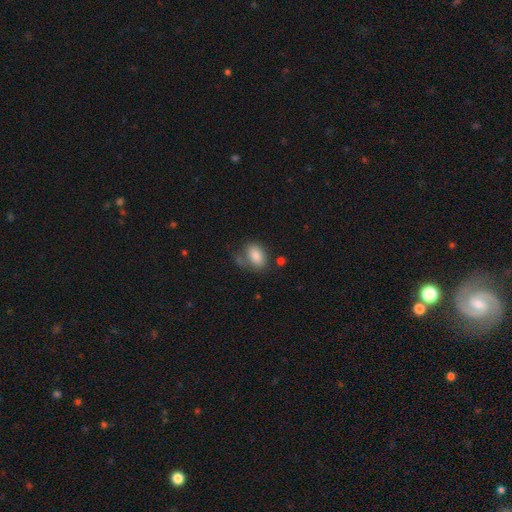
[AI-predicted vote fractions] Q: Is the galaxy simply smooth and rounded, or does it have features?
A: smooth — 84%.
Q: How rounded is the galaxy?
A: in between — 86%.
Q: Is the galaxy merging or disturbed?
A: none — 56%.